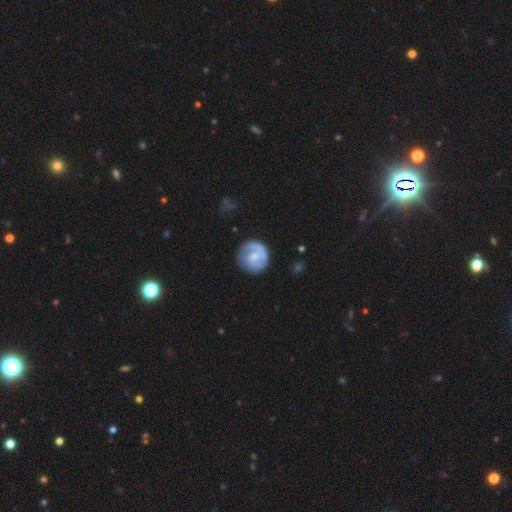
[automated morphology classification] This appears to be a featured or disk galaxy (55%) with no bar (63%), spiral arms (76%) and a moderate central bulge (46%). Merging: none (71%).